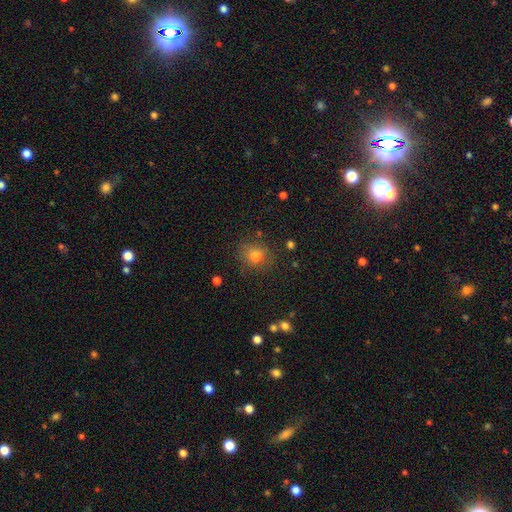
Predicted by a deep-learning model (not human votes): smooth 77%, star or artifact 15%, featured or disk 8%. Down the decision tree: how rounded — round (80%); merging — none (80%).